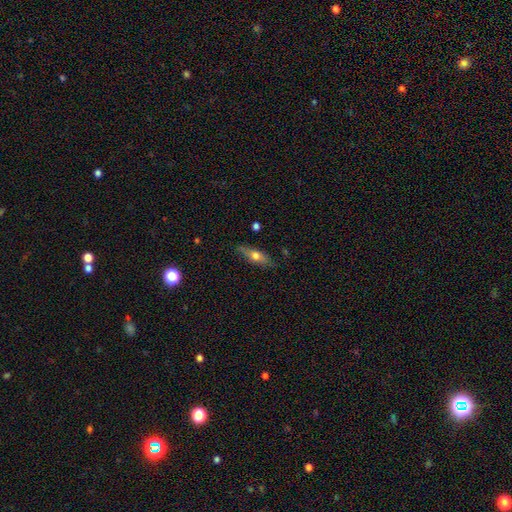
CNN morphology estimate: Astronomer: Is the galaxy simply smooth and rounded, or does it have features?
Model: smooth — 56% (runner-up: featured or disk, 37%).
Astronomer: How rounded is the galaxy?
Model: in between — 53% (runner-up: cigar-shaped, 44%).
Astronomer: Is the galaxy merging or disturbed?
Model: none — 80%.